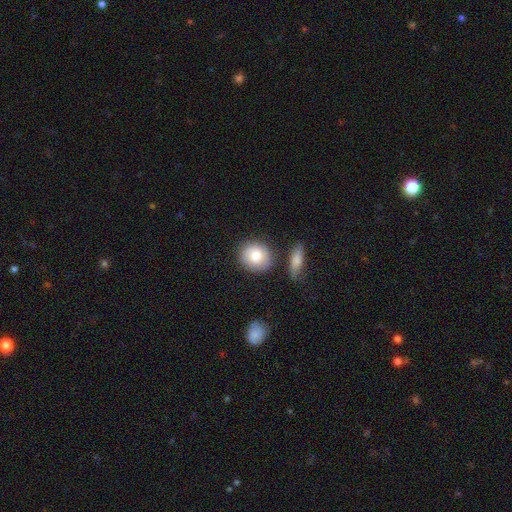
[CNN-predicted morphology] Smooth or featured? smooth (79%)
How rounded? round (81%)
Merging? none (77%)